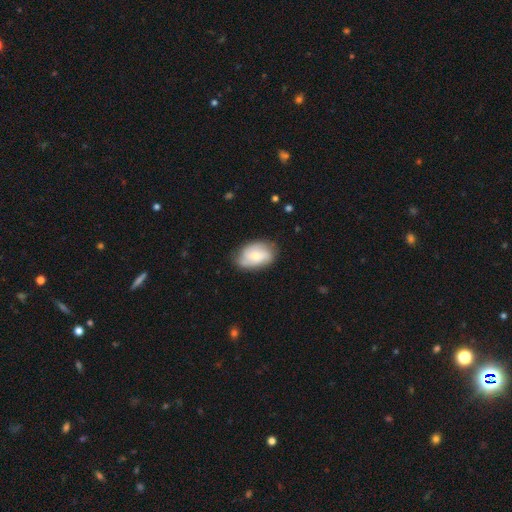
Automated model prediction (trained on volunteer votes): smooth-or-featured: smooth: 47% (tied) | featured or disk: 47% (tied) | star or artifact: 7%
  merging: none: 72% | minor disturbance: 21% | major disturbance: 5% | merger: 1%